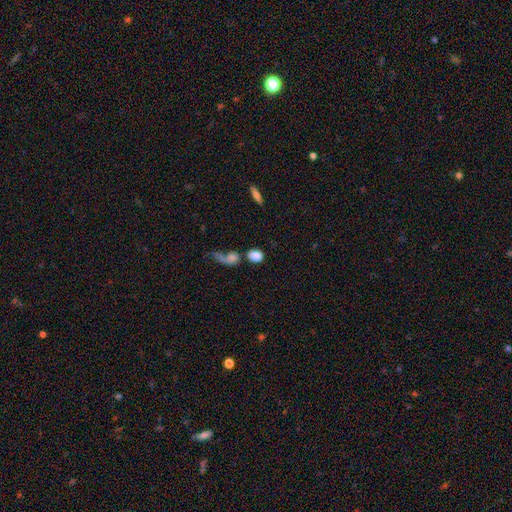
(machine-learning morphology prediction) The model was most divided on "how rounded": in between: 55%, round: 42%, cigar-shaped: 3%. Remaining: smooth or featured — smooth (82%); merging — none (49%).